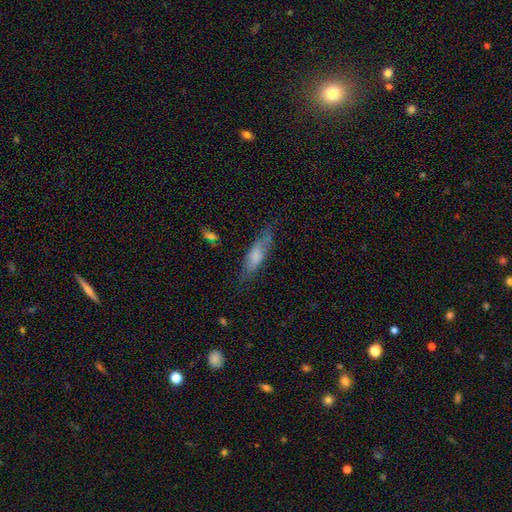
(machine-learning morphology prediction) A smooth galaxy with no disk features (63%) that is cigar-shaped (58%).

Vote fractions:
- Smooth or featured? smooth: 63% / featured or disk: 30% / star or artifact: 7%
- How rounded? cigar-shaped: 58% / in between: 40% / round: 2%
- Merging? none: 64% / minor disturbance: 25% / major disturbance: 9% / merger: 2%